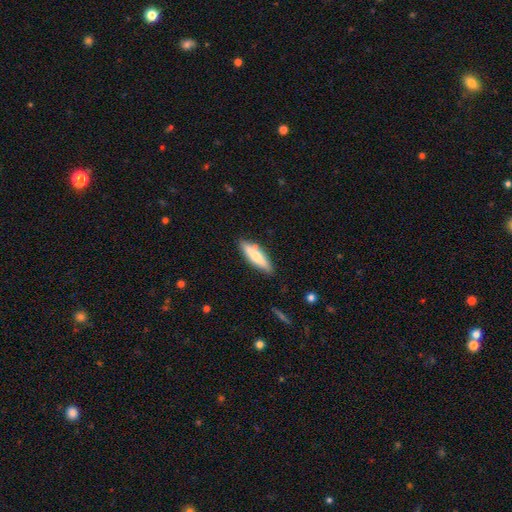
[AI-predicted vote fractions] Smooth or featured? Predicted: smooth (p=0.67). How rounded? Predicted: cigar-shaped (p=0.66). Merging? Predicted: none (p=0.81).